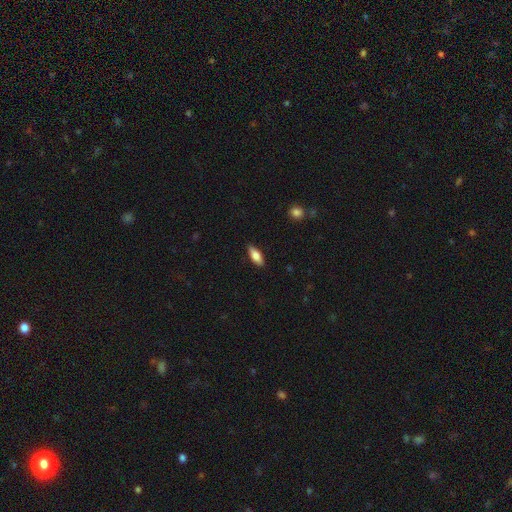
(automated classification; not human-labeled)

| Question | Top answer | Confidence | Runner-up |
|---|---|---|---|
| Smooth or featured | smooth | 77% | featured or disk (17%) |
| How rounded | in between | 75% | cigar-shaped (22%) |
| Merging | none | 87% | minor disturbance (10%) |